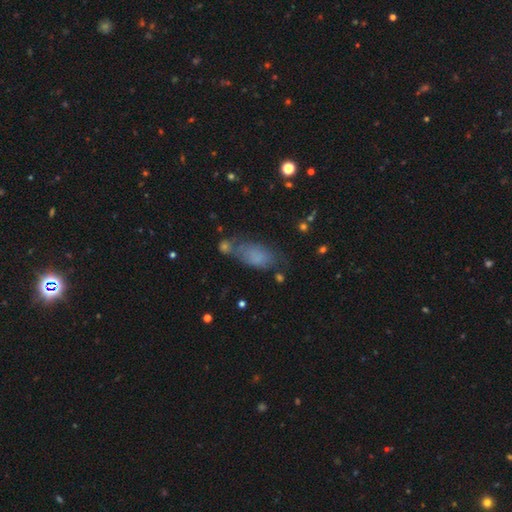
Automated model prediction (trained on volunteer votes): Smooth or featured: smooth — 71% (featured or disk — 15%)
How rounded: in between — 85% (cigar-shaped — 10%)
Merging: none — 46% (minor disturbance — 24%)